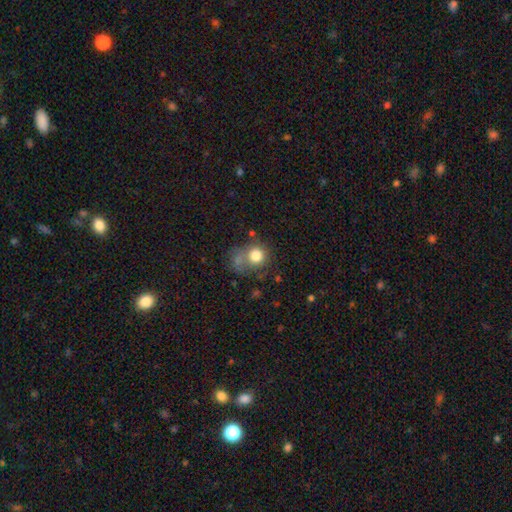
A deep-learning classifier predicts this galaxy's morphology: This is likely a smooth galaxy (78%). How rounded: likely round (76%). Merging: marginally none (40%).